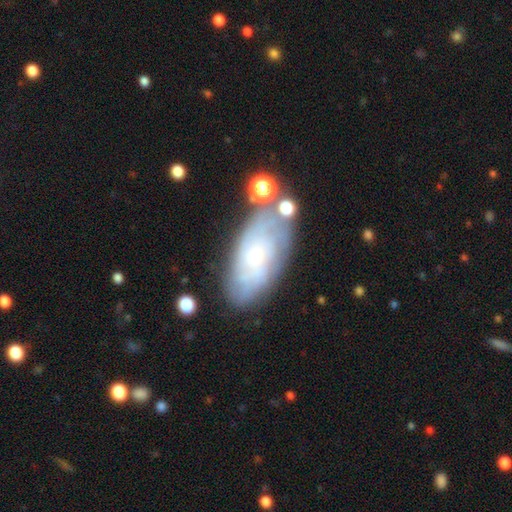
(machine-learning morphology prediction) A featured or disk galaxy (60%) with no bar (78%), spiral arms (79%) and a small central bulge (71%). Merging: none (67%).